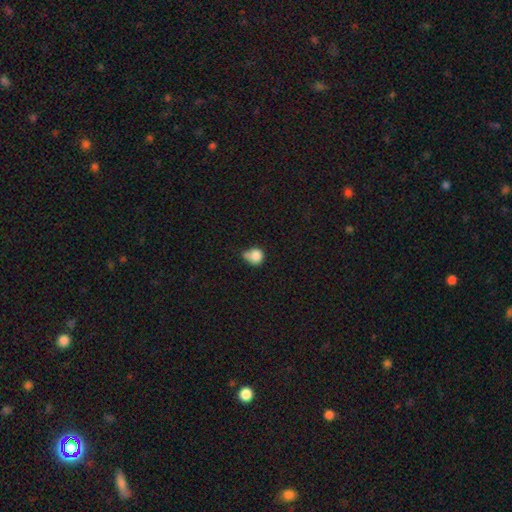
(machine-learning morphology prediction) Q: Smooth or featured?
A: smooth (82%); runner-up: star or artifact (10%)
Q: How rounded?
A: round (82%); runner-up: in between (17%)
Q: Merging?
A: none (39%); runner-up: minor disturbance (27%)